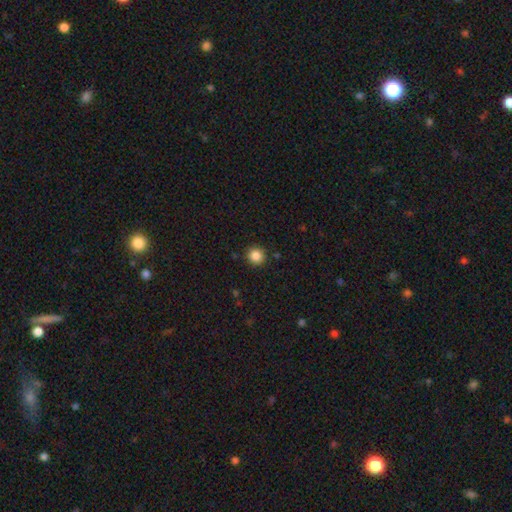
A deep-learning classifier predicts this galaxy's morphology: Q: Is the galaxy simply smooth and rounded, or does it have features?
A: smooth — 86%.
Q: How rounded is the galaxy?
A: round — 93%.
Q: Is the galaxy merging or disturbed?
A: none — 91%.